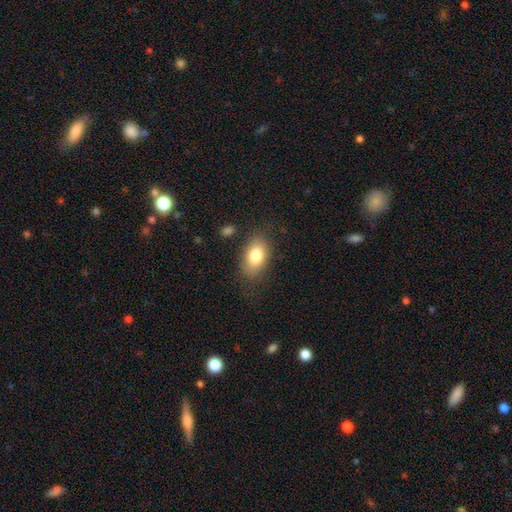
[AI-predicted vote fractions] Smooth or featured: smooth — 79% (featured or disk — 13%)
How rounded: in between — 89% (round — 9%)
Merging: none — 78% (minor disturbance — 15%)